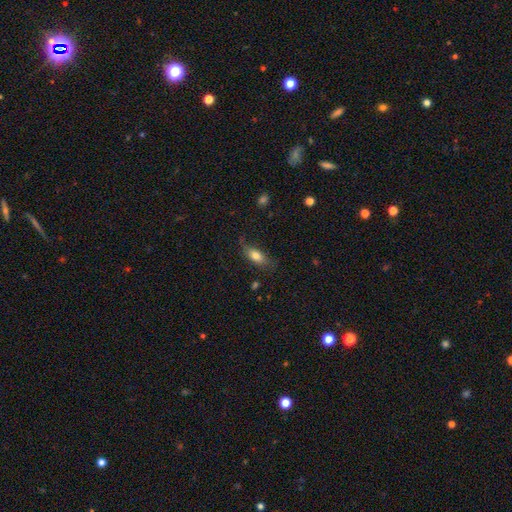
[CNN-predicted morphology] type=smooth (75%); roundness=in between (81%); merging=none (66%).